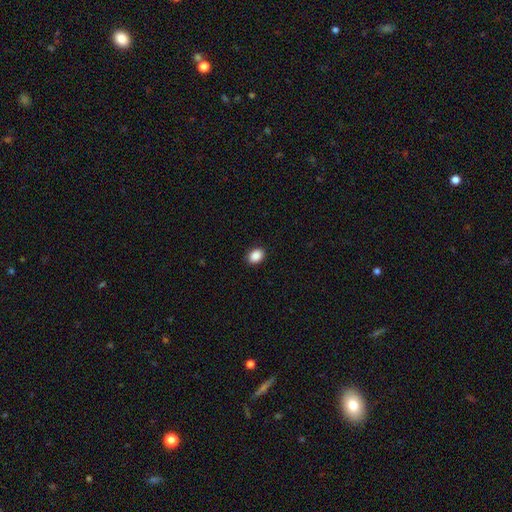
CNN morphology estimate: smooth-or-featured: smooth: 89% | star or artifact: 8% | featured or disk: 3%
  how-rounded: in between: 70% | round: 29% | cigar-shaped: 1%
  merging: none: 90% | minor disturbance: 7% | major disturbance: 2% | merger: 1%